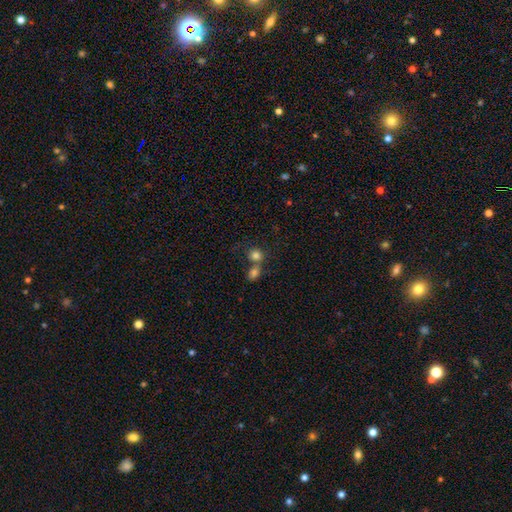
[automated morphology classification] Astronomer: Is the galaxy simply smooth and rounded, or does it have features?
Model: smooth — 81%.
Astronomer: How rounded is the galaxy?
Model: round — 76%.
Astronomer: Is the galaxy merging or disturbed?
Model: merger — 45% (runner-up: none, 44%).